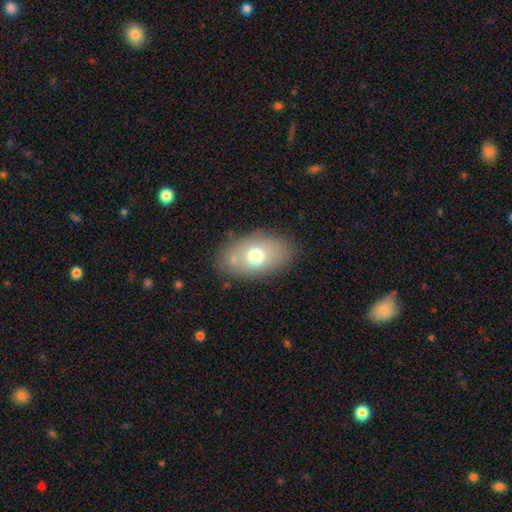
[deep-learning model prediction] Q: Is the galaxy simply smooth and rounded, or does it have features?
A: smooth — 68%.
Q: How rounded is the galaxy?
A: in between — 86%.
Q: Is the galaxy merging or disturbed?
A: none — 78%.